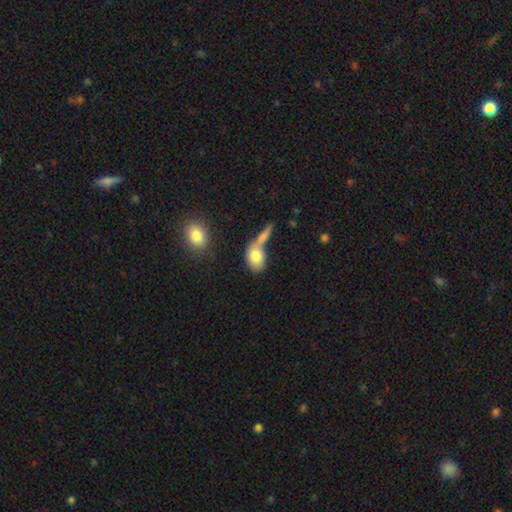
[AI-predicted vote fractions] Q: Smooth or featured?
A: smooth (77%); runner-up: featured or disk (15%)
Q: How rounded?
A: in between (78%); runner-up: round (19%)
Q: Merging?
A: merger (48%); runner-up: none (33%)